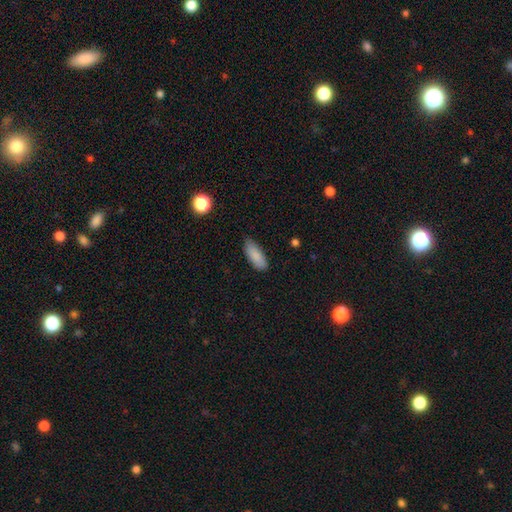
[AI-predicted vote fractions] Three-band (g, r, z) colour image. It shows a smooth galaxy with no disk features (87%) that is in between round and cigar-shaped (78%). Merging: none (76%).